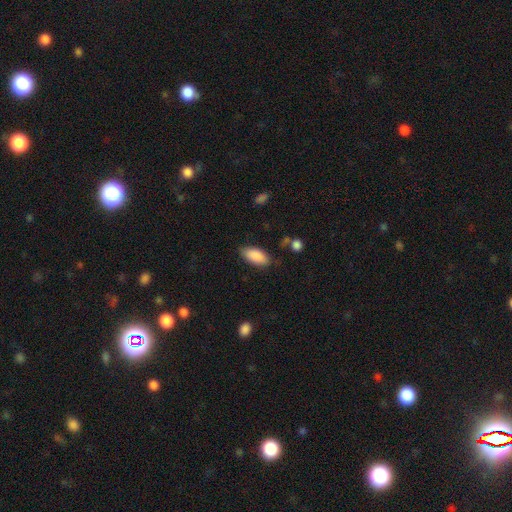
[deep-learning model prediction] This appears to be a smooth galaxy with no disk features (89%) that is in between round and cigar-shaped (90%). Merging: none (79%).